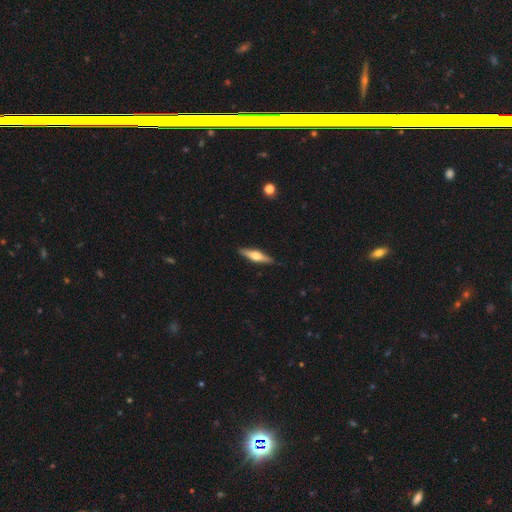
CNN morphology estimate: featured or disk 60%, smooth 35%, star or artifact 5%. Down the decision tree: edge-on disk — yes (96%); edge-on bulge — rounded (92%); merging — none (89%).